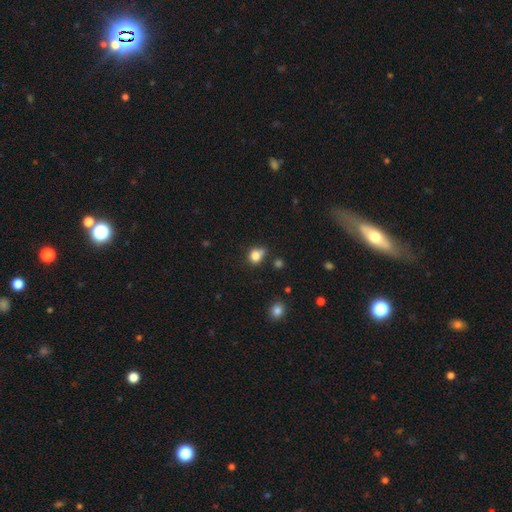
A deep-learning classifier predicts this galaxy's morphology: smooth 80%, star or artifact 12%, featured or disk 8%. Down the decision tree: how rounded — round (64%); merging — none (48%).